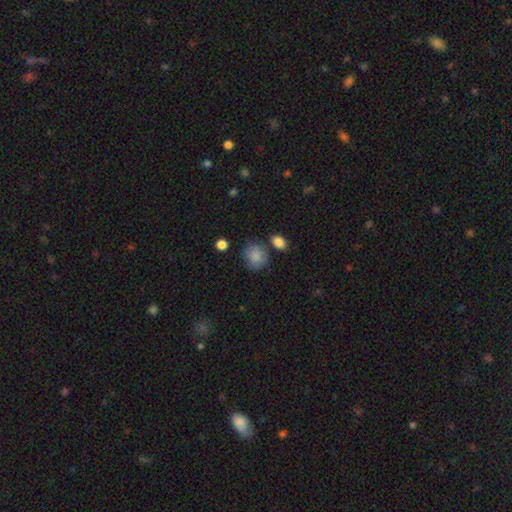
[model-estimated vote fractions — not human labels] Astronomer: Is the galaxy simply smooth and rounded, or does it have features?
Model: smooth — 85%.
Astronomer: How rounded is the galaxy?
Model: round — 74%.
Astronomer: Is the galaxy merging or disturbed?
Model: none — 71%.